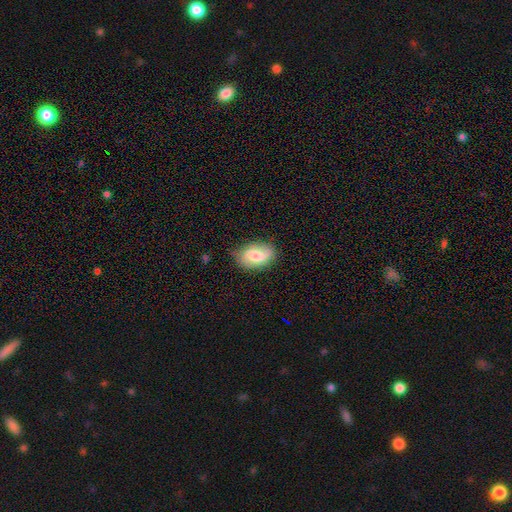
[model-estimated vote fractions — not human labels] Smooth or featured? Predicted: smooth (p=0.68). How rounded? Predicted: in between (p=0.92). Merging? Predicted: none (p=0.75).